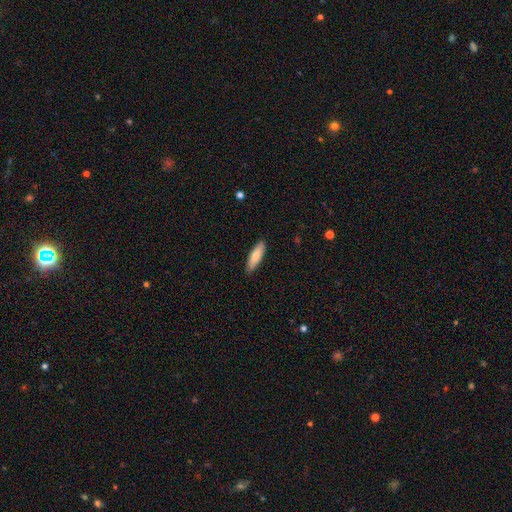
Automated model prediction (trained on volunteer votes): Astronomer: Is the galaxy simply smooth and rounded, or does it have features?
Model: smooth — 79%.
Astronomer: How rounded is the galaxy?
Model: cigar-shaped — 54% (runner-up: in between, 45%).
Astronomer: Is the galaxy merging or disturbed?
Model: none — 88%.